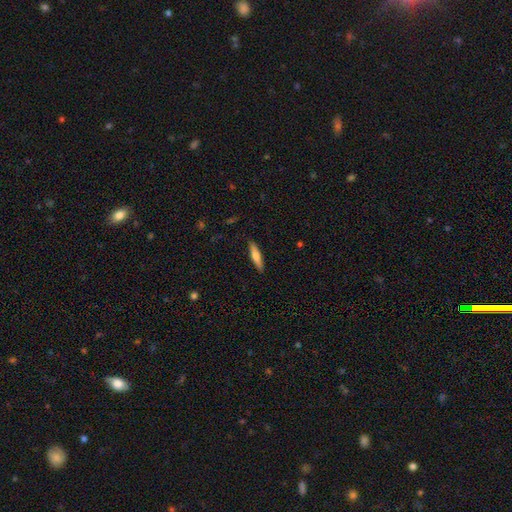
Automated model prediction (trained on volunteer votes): smooth_or_featured: smooth (p=0.63) [alt: featured or disk p=0.31]
how_rounded: cigar-shaped (p=0.80) [alt: in between p=0.18]
merging: none (p=0.89) [alt: minor disturbance p=0.08]